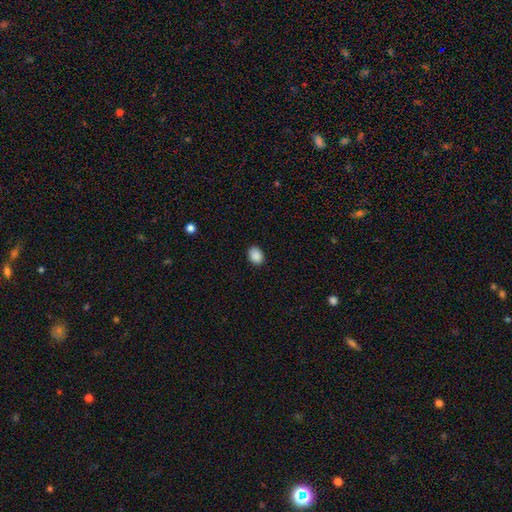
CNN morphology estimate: Overall: smooth (89%). How rounded: in between (66%; round 33%). Merging: none (89%).